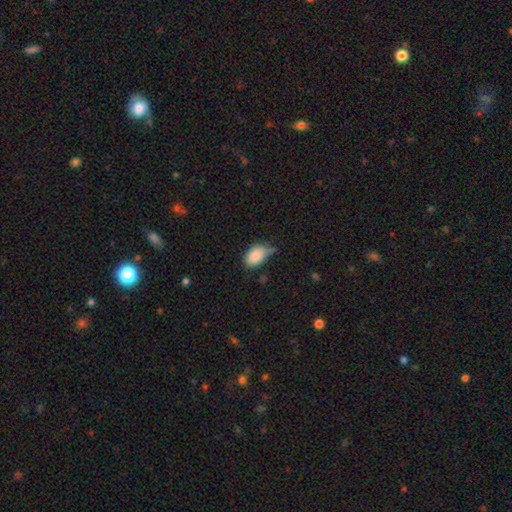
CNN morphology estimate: smooth 86%, star or artifact 8%, featured or disk 6%. Down the decision tree: how rounded — in between (87%); merging — none (46%).